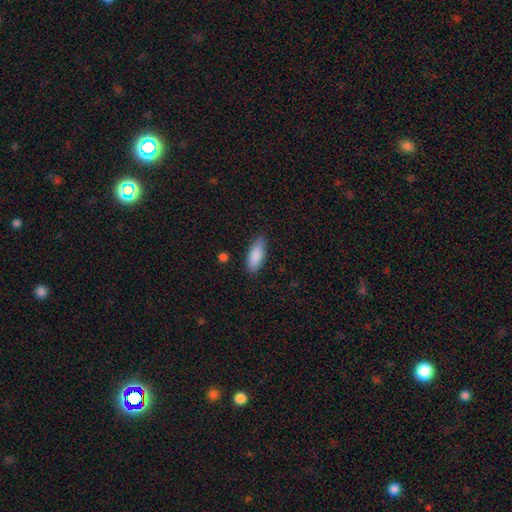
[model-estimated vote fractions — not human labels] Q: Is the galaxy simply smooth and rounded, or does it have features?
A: smooth — 87%.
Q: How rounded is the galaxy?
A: in between — 73%.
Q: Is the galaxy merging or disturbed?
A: none — 82%.